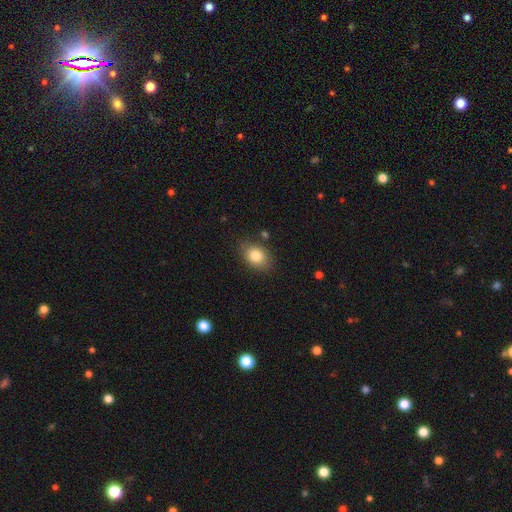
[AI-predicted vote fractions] This is clearly a smooth galaxy (83%). How rounded: likely in between (72%). Merging: clearly none (81%).